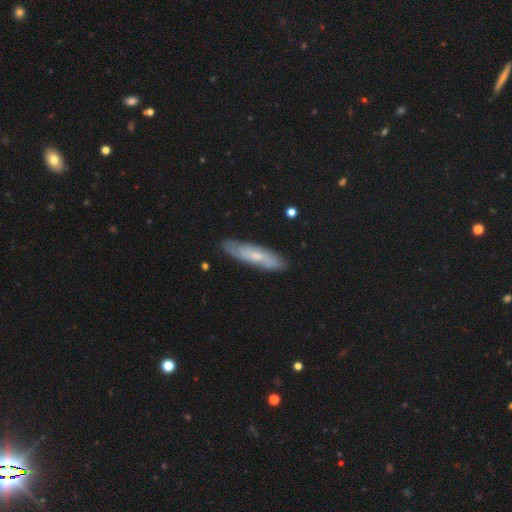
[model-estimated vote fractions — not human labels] smooth-or-featured: featured or disk: 51% | smooth: 42% | star or artifact: 6%
  disk-edge-on: no: 62% | yes: 38%
  merging: none: 83% | minor disturbance: 13% | major disturbance: 2% | merger: 1%